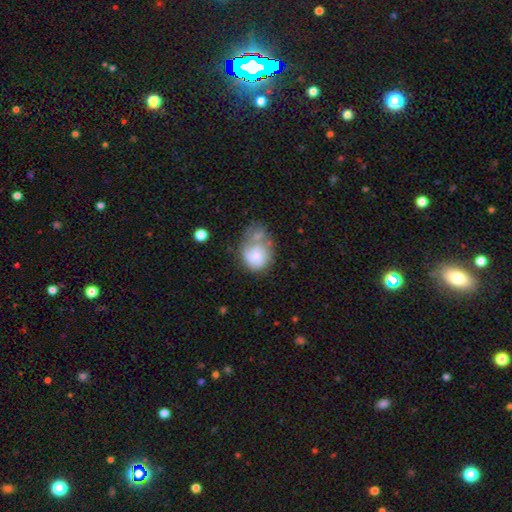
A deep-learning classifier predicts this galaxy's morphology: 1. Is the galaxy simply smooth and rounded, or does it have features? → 49% featured or disk, 43% smooth, 8% star or artifact.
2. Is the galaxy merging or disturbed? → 28% major disturbance, 25% none, 25% merger, 22% minor disturbance.